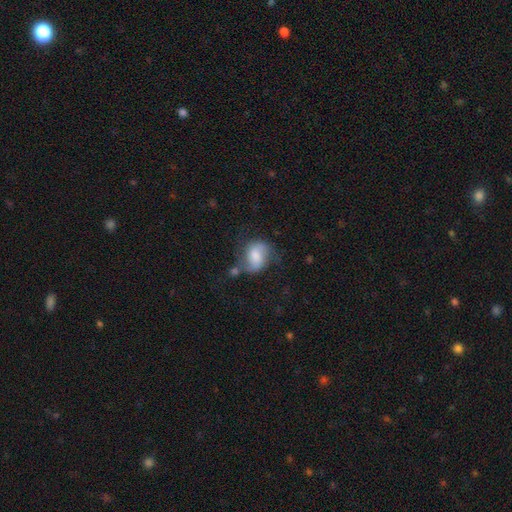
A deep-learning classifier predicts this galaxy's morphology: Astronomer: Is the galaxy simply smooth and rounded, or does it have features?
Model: featured or disk — 47% (runner-up: smooth, 44%).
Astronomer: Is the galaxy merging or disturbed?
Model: none — 49% (runner-up: minor disturbance, 25%).